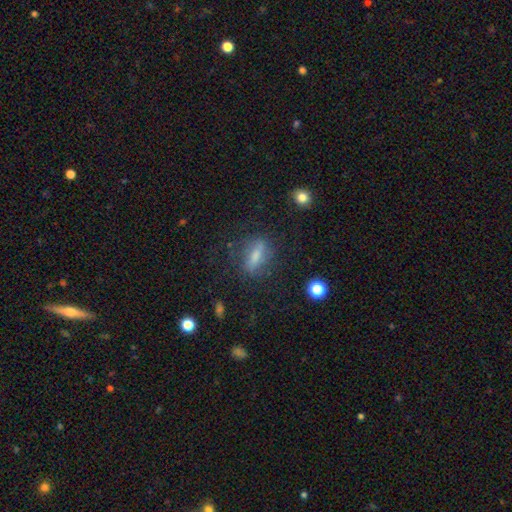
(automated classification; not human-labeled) Smooth or featured? smooth (51%)
How rounded? in between (46%)
Merging? none (73%)